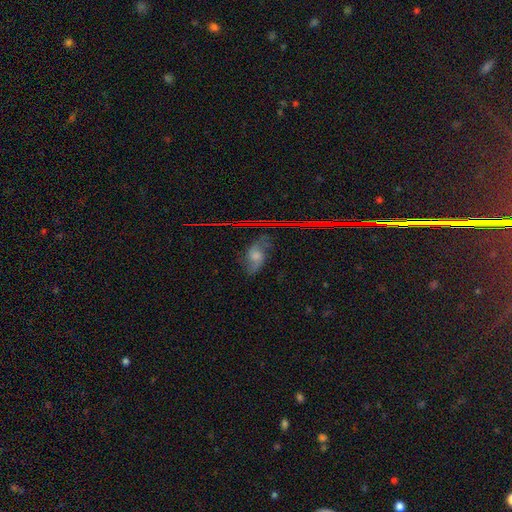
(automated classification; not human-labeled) Overall: featured or disk (58%; smooth 26%). Edge-on disk: no (93%). Bar: no (66%; weak 28%). Spiral arms: yes (89%). Bulge size: moderate (37%; small 29%). Merging: none (63%).